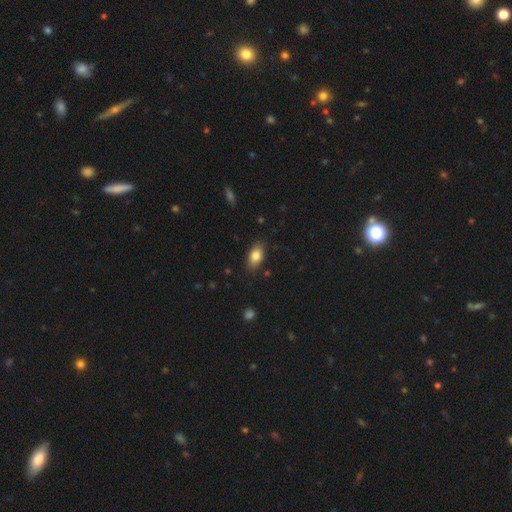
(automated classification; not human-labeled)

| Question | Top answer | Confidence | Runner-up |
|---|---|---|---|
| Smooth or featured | smooth | 82% | featured or disk (10%) |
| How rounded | in between | 87% | round (9%) |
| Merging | none | 84% | minor disturbance (12%) |